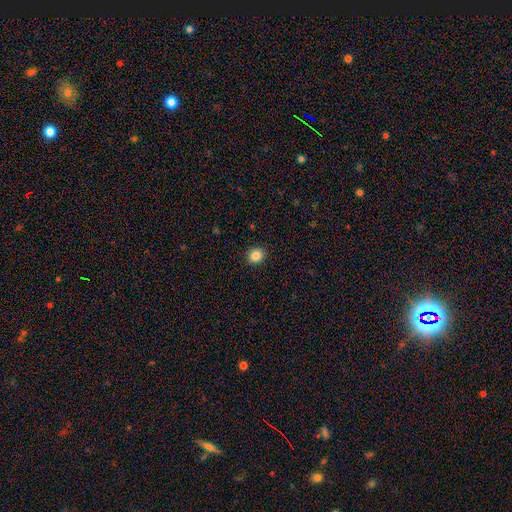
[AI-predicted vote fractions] Morphology: type=smooth (86%); roundness=round (75%); merging=none (91%).